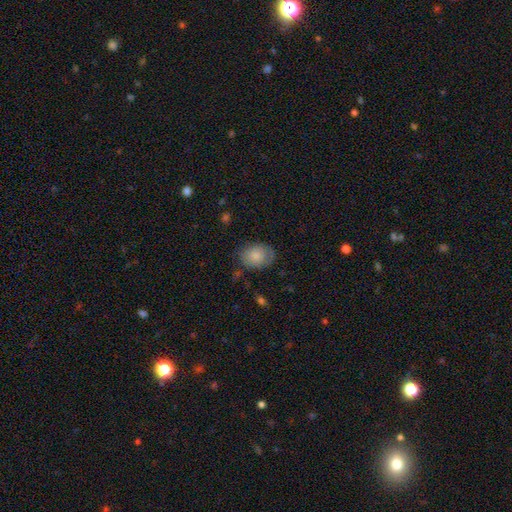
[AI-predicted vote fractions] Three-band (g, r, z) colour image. It shows a smooth galaxy with no disk features (82%) that is in between round and cigar-shaped (65%). Merging: none (70%).